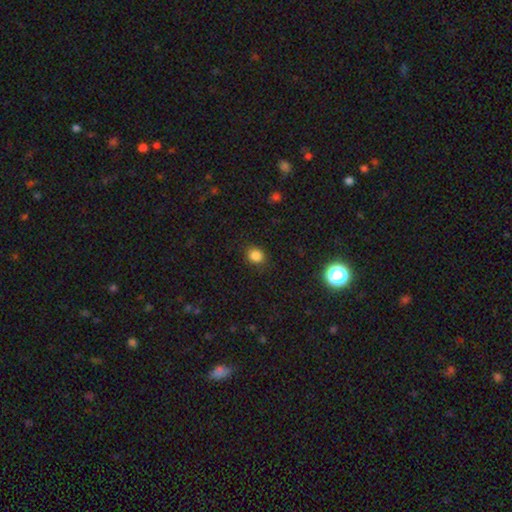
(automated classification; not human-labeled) Overall: smooth (83%). How rounded: round (68%; in between 31%). Merging: none (86%).